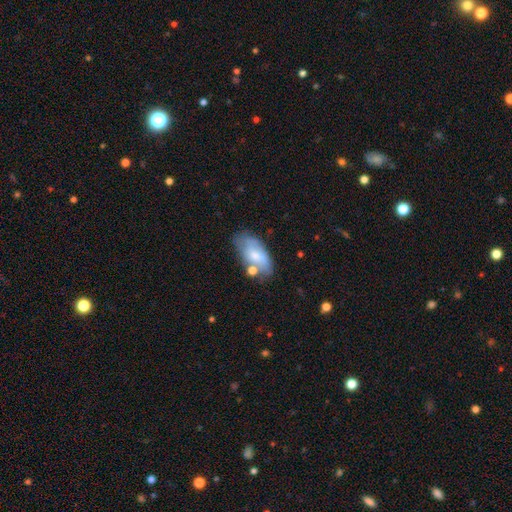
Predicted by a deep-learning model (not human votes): Smooth or featured?
  - smooth: 62% *
  - featured or disk: 31%
  - star or artifact: 7%
How rounded?
  - in between: 91% *
  - cigar-shaped: 5%
  - round: 4%
Merging?
  - none: 51% *
  - minor disturbance: 26%
  - merger: 14%
  - major disturbance: 9%